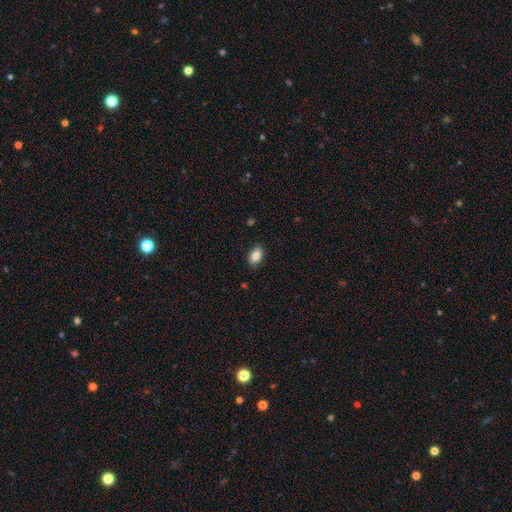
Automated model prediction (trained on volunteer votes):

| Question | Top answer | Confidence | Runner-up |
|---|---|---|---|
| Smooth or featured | smooth | 86% | star or artifact (8%) |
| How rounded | in between | 87% | round (11%) |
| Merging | none | 86% | minor disturbance (10%) |